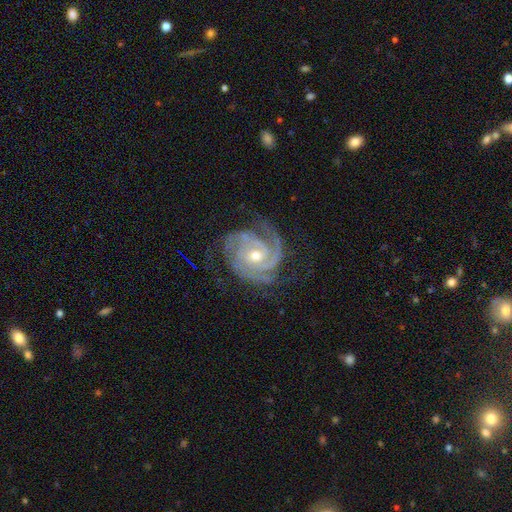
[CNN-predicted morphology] smooth-or-featured: featured or disk: 92% | star or artifact: 4% | smooth: 3%
  disk-edge-on: no: 98% | yes: 2%
    bar: no: 69% | weak: 24% | strong: 7%
    has-spiral-arms: yes: 98% | no: 2%
      spiral-winding: tight: 72% | medium: 24% | loose: 3%
      spiral-arm-count: 3: 51% | 2: 16% | 4: 13% | can't tell: 10% | 1: 5% | more than 4: 5%
    bulge-size: moderate: 57% | small: 40% | large: 2% | none: 1% | dominant: 1%
  merging: none: 72% | minor disturbance: 19% | major disturbance: 9% | merger: 1%